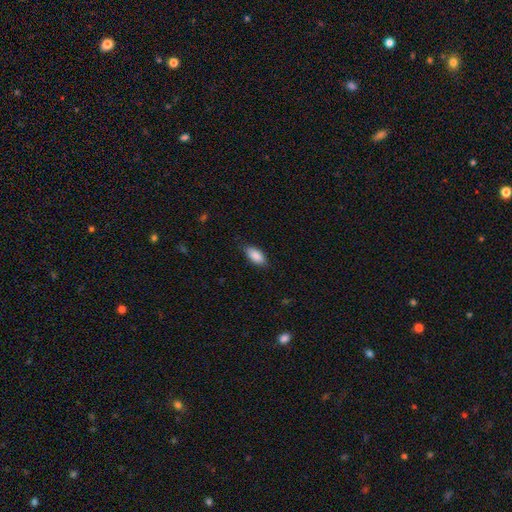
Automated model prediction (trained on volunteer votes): smooth-or-featured: smooth: 88% | star or artifact: 6% | featured or disk: 5%
  how-rounded: in between: 89% | cigar-shaped: 9% | round: 2%
  merging: none: 82% | minor disturbance: 14% | major disturbance: 3% | merger: 1%